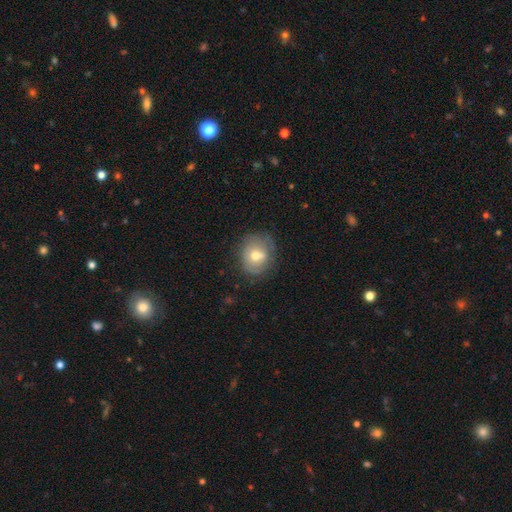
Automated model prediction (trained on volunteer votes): Overall: smooth (62%; featured or disk 29%). How rounded: round (67%; in between 32%). Merging: none (59%; minor disturbance 25%).